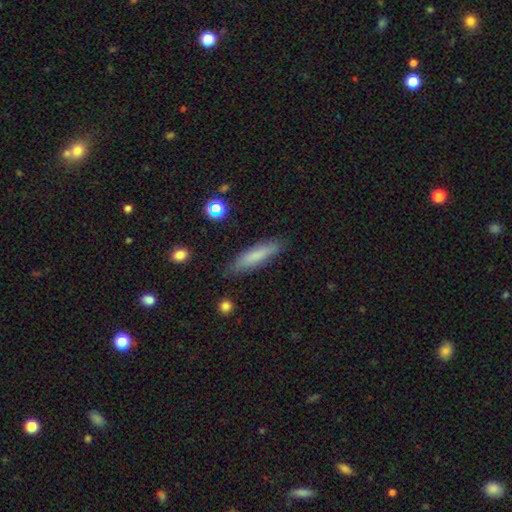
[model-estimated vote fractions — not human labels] The model was most divided on "how rounded": cigar-shaped: 79%, in between: 19%, round: 2%. More confident: merging — none (85%); smooth or featured — smooth (78%).